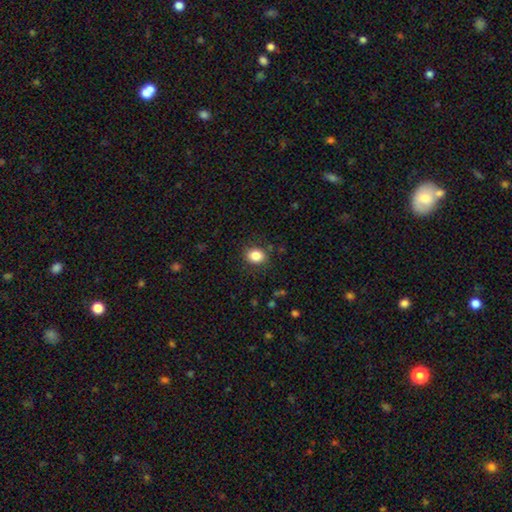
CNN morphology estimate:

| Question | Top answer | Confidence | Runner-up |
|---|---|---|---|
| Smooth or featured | smooth | 84% | star or artifact (10%) |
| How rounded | round | 52% | in between (47%) |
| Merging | none | 86% | minor disturbance (10%) |